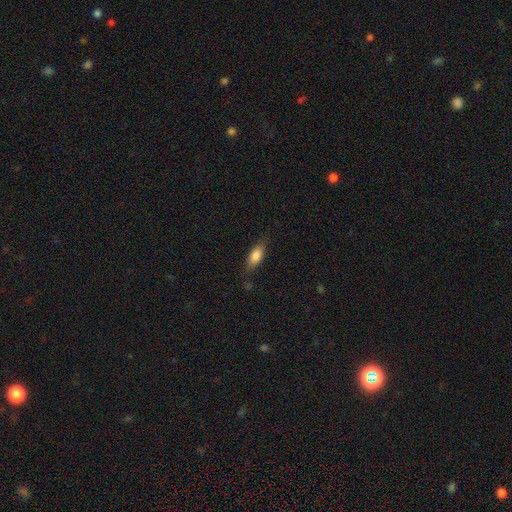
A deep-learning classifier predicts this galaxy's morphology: Smooth or featured? Predicted: smooth (p=0.79). How rounded? Predicted: in between (p=0.78). Merging? Predicted: none (p=0.76).